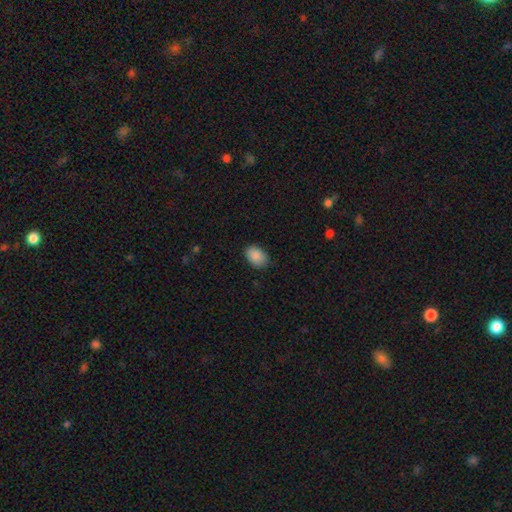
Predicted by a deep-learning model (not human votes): A smooth galaxy with no disk features (89%) that is in between round and cigar-shaped (84%). Merging: none (85%).